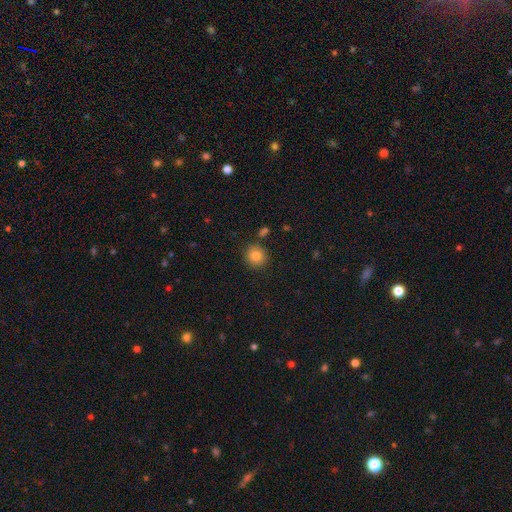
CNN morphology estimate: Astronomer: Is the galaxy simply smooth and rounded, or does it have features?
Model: smooth — 82%.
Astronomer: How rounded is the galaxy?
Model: round — 90%.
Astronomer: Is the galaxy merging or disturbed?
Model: none — 87%.